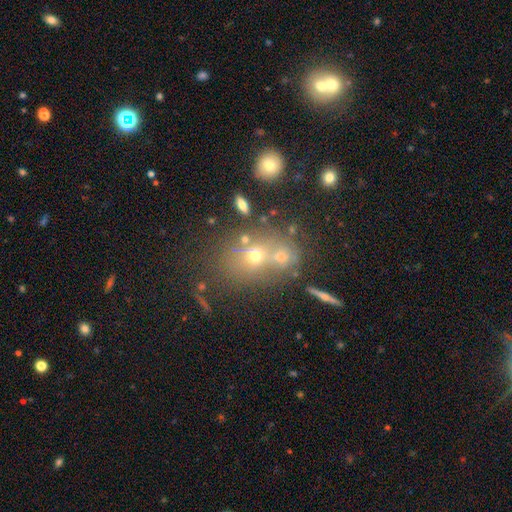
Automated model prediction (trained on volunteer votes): Smooth or featured?
  - smooth: 55% *
  - star or artifact: 23%
  - featured or disk: 22%
How rounded?
  - round: 57% *
  - in between: 41%
  - cigar-shaped: 2%
Merging?
  - merger: 44% *
  - none: 41%
  - minor disturbance: 10%
  - major disturbance: 6%